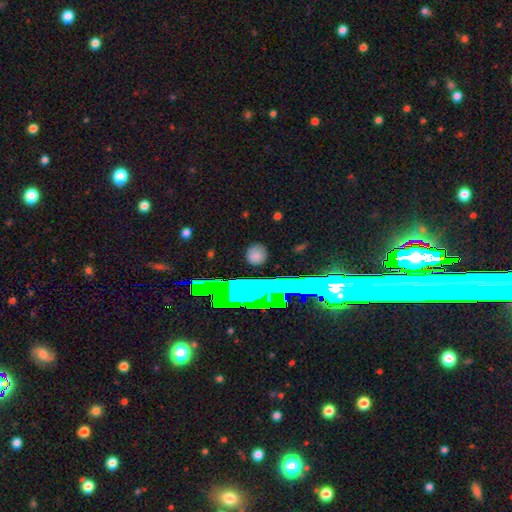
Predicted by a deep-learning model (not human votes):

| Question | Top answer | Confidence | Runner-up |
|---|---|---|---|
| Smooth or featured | smooth | 64% | star or artifact (23%) |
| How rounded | round | 86% | in between (11%) |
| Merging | none | 86% | minor disturbance (9%) |